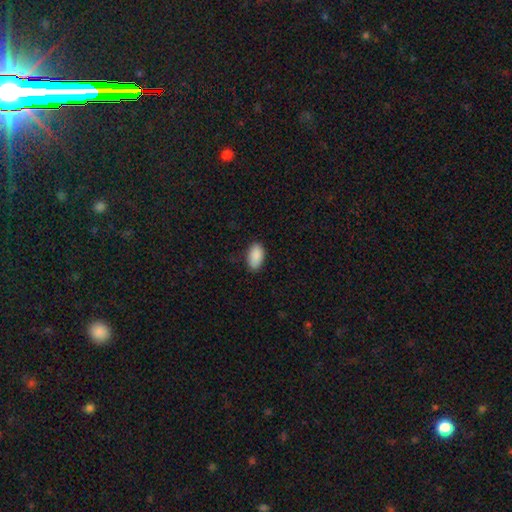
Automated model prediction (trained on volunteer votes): The model was most divided on "merging": none: 83%, minor disturbance: 14%, major disturbance: 3%, merger: 1%. More confident: how rounded — in between (94%); smooth or featured — smooth (90%).